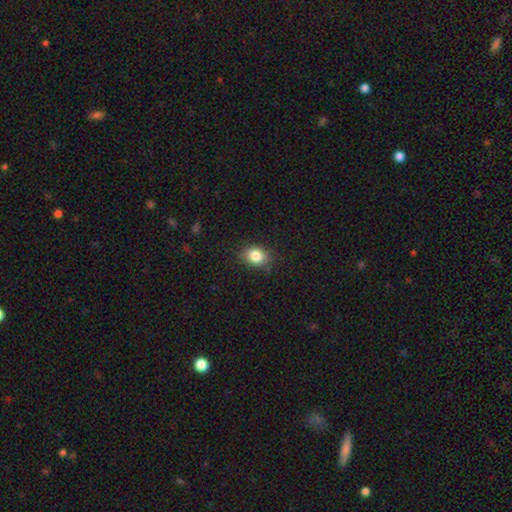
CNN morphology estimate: A smooth galaxy with no disk features (83%) that is in between round and cigar-shaped (57%). Merging: none (84%).